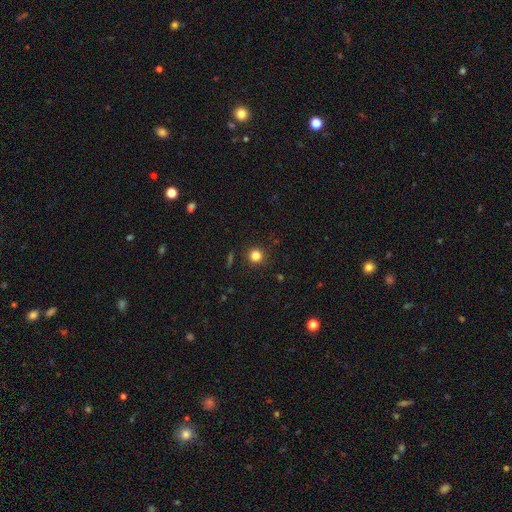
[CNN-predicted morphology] Q: Smooth or featured?
A: smooth (82%); runner-up: star or artifact (13%)
Q: How rounded?
A: round (94%); runner-up: in between (5%)
Q: Merging?
A: none (91%); runner-up: minor disturbance (6%)